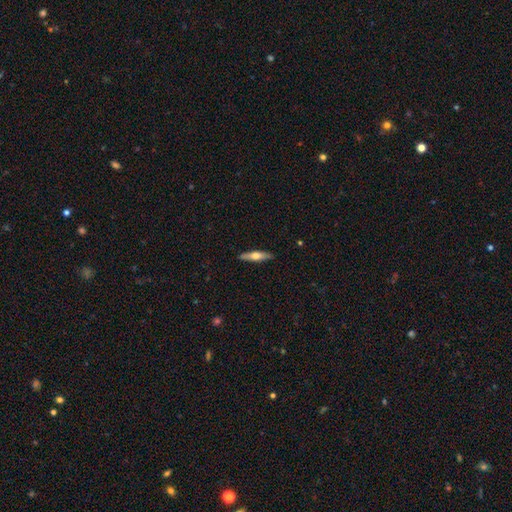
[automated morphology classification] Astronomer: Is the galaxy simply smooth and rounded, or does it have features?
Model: featured or disk — 49% (runner-up: smooth, 46%).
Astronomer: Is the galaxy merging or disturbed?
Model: none — 90%.